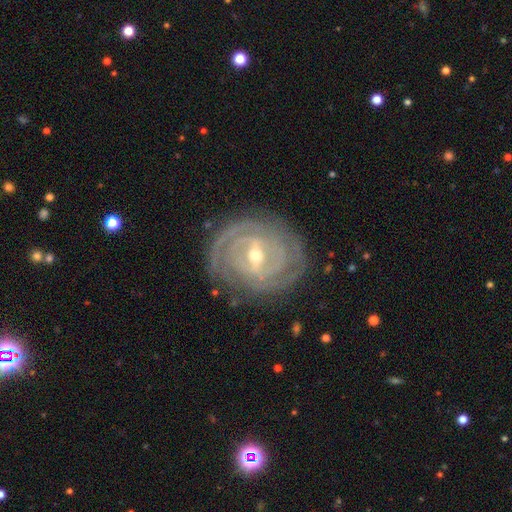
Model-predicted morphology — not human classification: Smooth or featured?
  - featured or disk: 89% *
  - smooth: 6%
  - star or artifact: 5%
Edge-on disk?
  - no: 96% *
  - yes: 4%
Bar?
  - weak: 45% *
  - strong: 42%
  - no: 13%
Spiral arms?
  - yes: 95% *
  - no: 5%
Spiral winding?
  - tight: 80% *
  - medium: 17%
  - loose: 3%
Spiral arm count?
  - 2: 29% *
  - can't tell: 25%
  - 3: 22%
  - 4: 12%
  - more than 4: 6%
  - 1: 5%
Bulge size?
  - moderate: 52% *
  - small: 45%
  - large: 2%
  - none: 1%
  - dominant: 1%
Merging?
  - none: 81% *
  - minor disturbance: 13%
  - major disturbance: 4%
  - merger: 1%